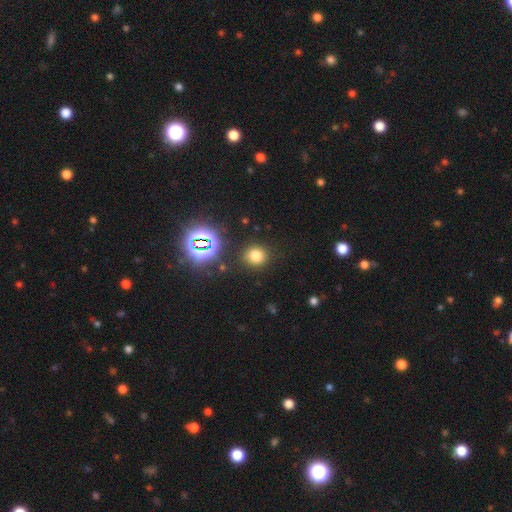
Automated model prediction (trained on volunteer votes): Smooth or featured: smooth — 72% (star or artifact — 22%)
How rounded: round — 84% (in between — 15%)
Merging: none — 86% (minor disturbance — 9%)